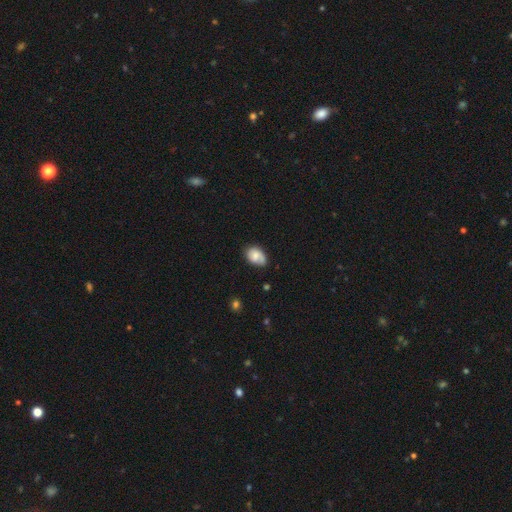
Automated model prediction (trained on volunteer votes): smooth 67%, featured or disk 25%, star or artifact 8%. Down the decision tree: how rounded — in between (80%); merging — none (56%).